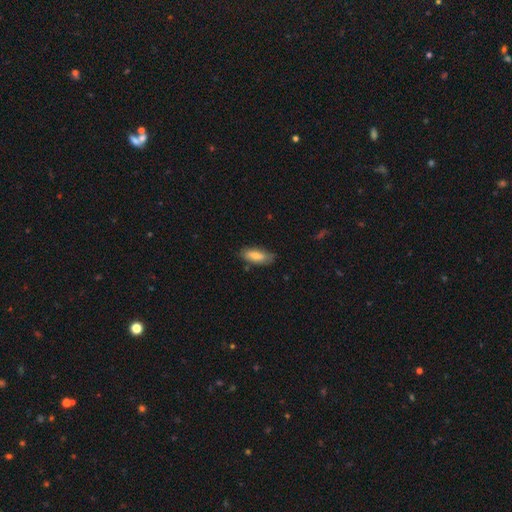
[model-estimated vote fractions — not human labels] Smooth or featured? smooth (76%)
How rounded? in between (73%)
Merging? none (78%)